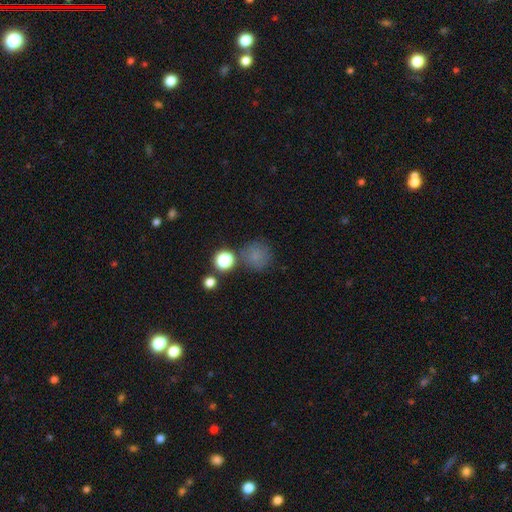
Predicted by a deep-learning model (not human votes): Overall: smooth (76%). How rounded: round (91%). Merging: none (72%).